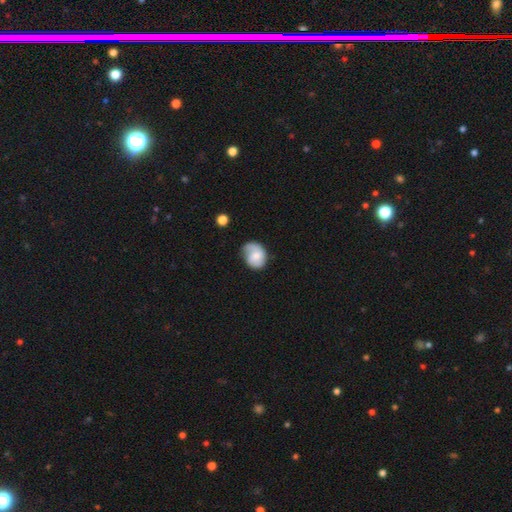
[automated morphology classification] This is possibly a featured or disk galaxy (50%). It is clearly not viewed edge-on (97%). Merging: possibly none (56%).